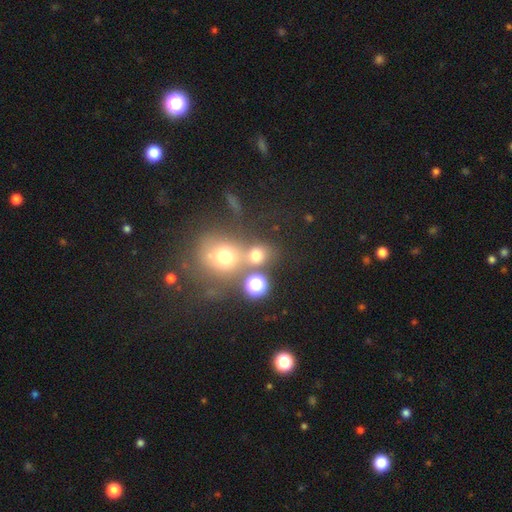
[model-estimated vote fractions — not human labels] smooth_or_featured: smooth (p=0.67) [alt: star or artifact p=0.22]
how_rounded: round (p=0.77) [alt: in between p=0.22]
merging: none (p=0.46) [alt: merger p=0.38]